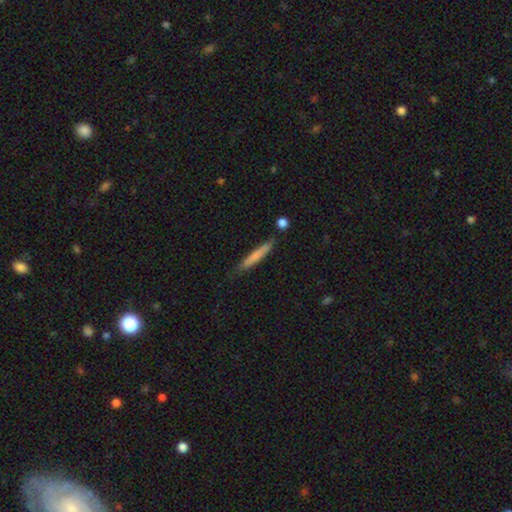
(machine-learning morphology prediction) smooth_or_featured: smooth (p=0.73) [alt: featured or disk p=0.21]
how_rounded: cigar-shaped (p=0.94) [alt: in between p=0.04]
merging: none (p=0.77) [alt: minor disturbance p=0.16]